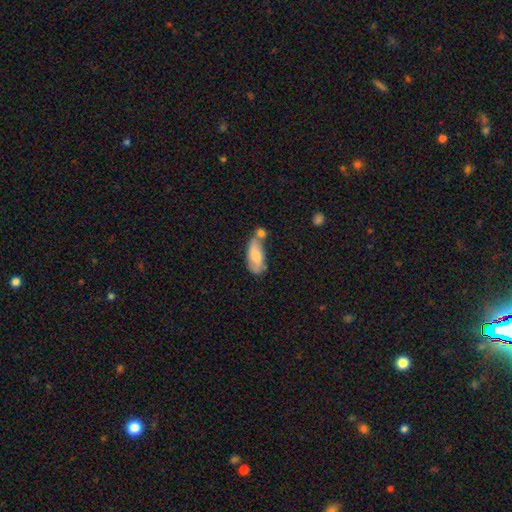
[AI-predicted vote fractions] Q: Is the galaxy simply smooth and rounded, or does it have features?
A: smooth — 64%.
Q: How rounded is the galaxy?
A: in between — 83%.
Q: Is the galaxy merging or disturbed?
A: merger — 38%.